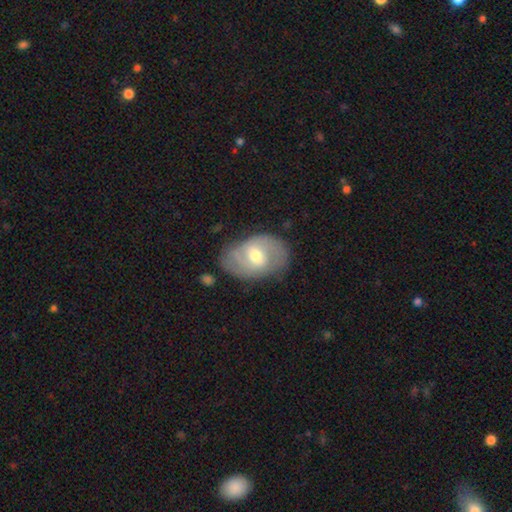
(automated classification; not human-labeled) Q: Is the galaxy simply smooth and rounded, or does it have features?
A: featured or disk — 62%.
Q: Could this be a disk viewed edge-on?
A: no — 95%.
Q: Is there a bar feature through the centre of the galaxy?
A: weak — 54%.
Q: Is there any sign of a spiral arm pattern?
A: yes — 76%.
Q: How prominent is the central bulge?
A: moderate — 67%.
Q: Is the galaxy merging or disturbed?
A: none — 69%.